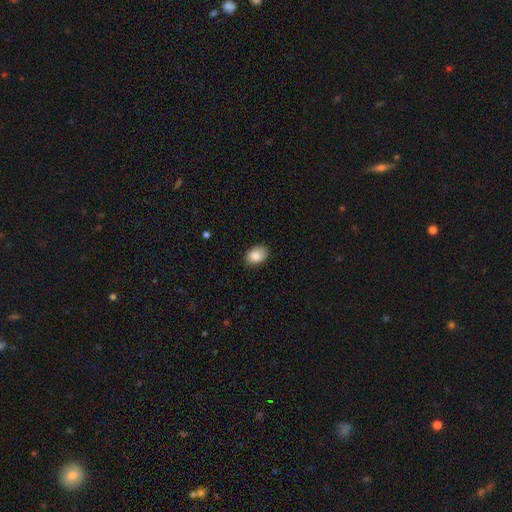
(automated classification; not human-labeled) Q: Smooth or featured?
A: smooth (87%); runner-up: star or artifact (7%)
Q: How rounded?
A: in between (79%); runner-up: round (20%)
Q: Merging?
A: none (82%); runner-up: minor disturbance (15%)